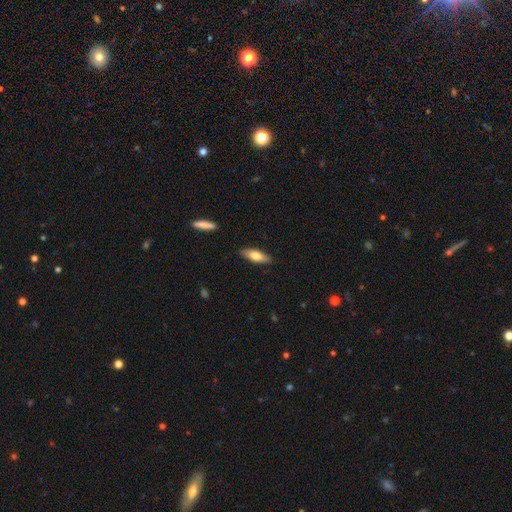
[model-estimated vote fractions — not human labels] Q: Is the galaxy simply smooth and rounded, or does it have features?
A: smooth — 72%.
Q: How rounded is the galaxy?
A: in between — 61%.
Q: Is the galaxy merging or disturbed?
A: none — 87%.